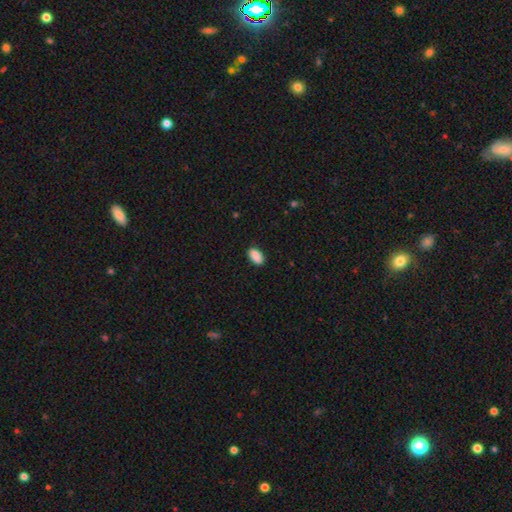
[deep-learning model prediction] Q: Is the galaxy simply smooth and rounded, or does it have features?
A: smooth — 89%.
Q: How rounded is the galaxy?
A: in between — 93%.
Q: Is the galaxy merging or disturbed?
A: none — 85%.